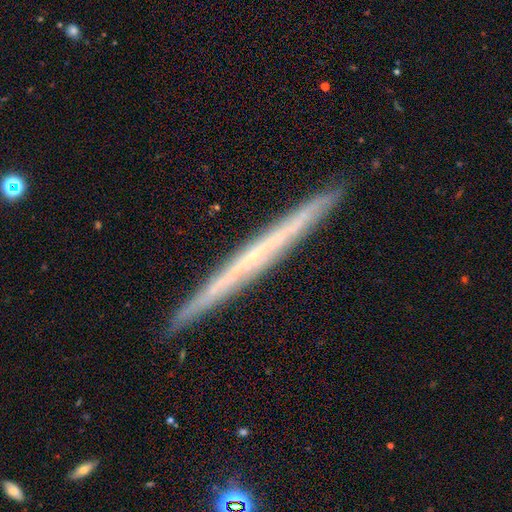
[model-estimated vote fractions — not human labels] A featured or disk galaxy (67%) viewed edge-on (98%) with no central bulge (85%). Merging: none (93%).